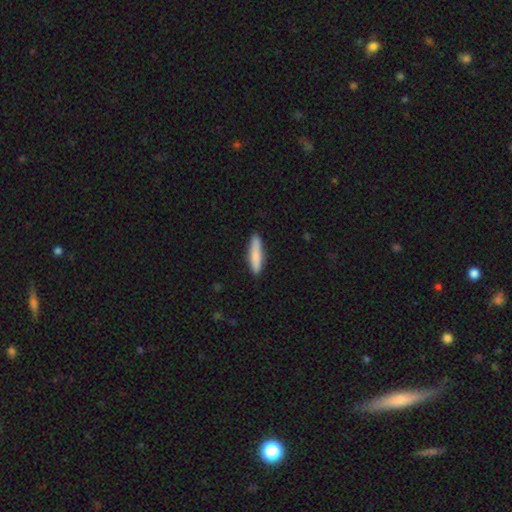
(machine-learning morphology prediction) type=smooth (83%); roundness=cigar-shaped (82%); merging=none (87%).